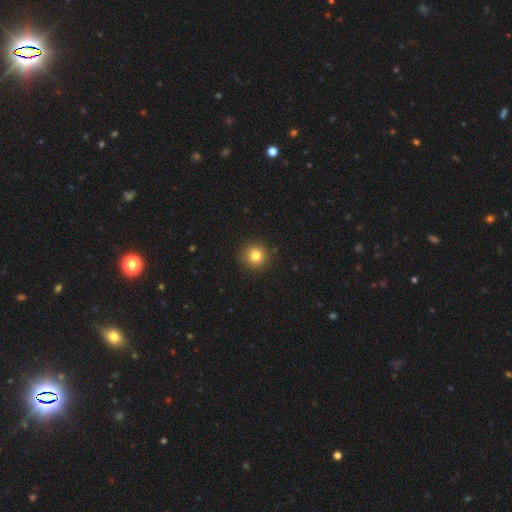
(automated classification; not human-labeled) Smooth or featured: smooth — 81% (star or artifact — 12%)
How rounded: round — 93% (in between — 6%)
Merging: none — 91% (minor disturbance — 6%)